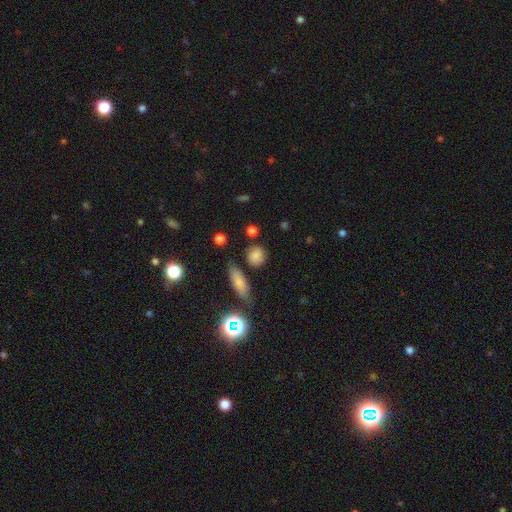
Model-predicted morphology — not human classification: type=smooth (78%); roundness=round (76%); merging=none (75%).